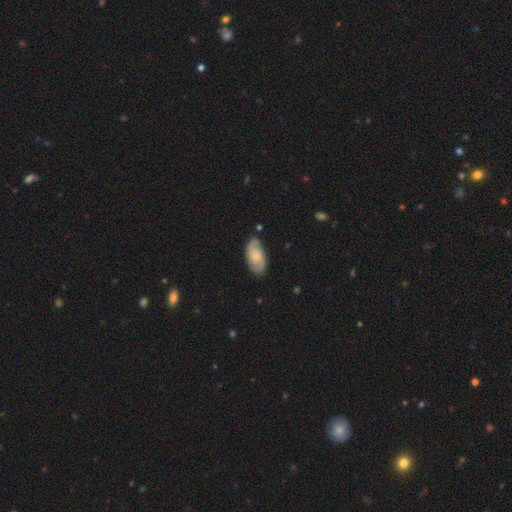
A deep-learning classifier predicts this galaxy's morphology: Smooth or featured? featured or disk (61%)
Edge-on disk? no (94%)
Bar? no (68%)
Spiral arms? yes (90%)
Spiral winding? medium (44%)
Spiral arm count? 2 (82%)
Bulge size? small (56%)
Merging? none (79%)